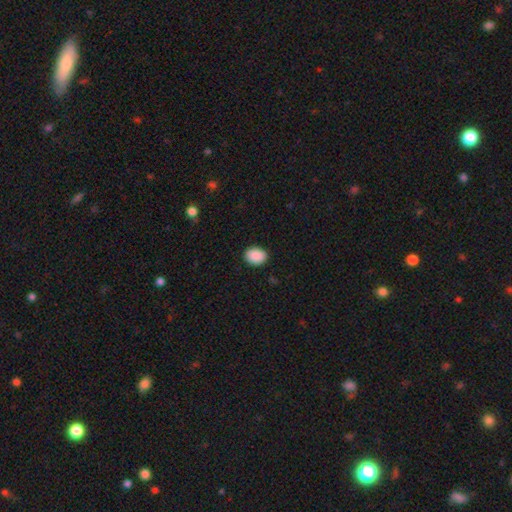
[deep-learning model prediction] Smooth or featured: smooth — 90% (star or artifact — 7%)
How rounded: in between — 57% (round — 42%)
Merging: none — 89% (minor disturbance — 8%)